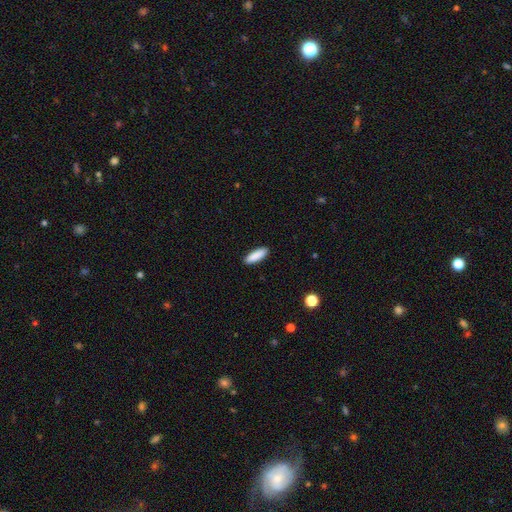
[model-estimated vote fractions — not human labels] Smooth or featured? smooth (90%)
How rounded? in between (57%)
Merging? none (90%)